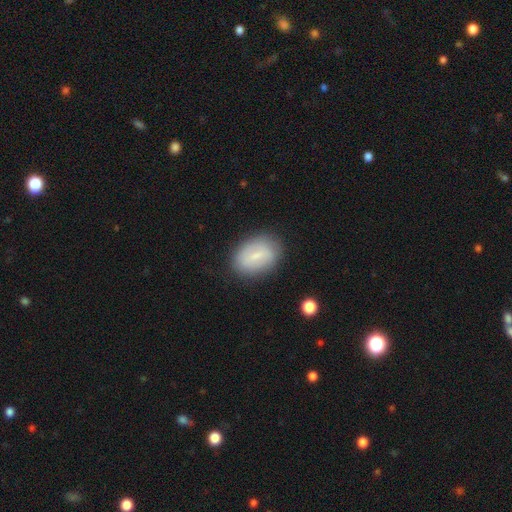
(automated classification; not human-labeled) Smooth or featured? Predicted: smooth (p=0.66). How rounded? Predicted: in between (p=0.84). Merging? Predicted: none (p=0.81).